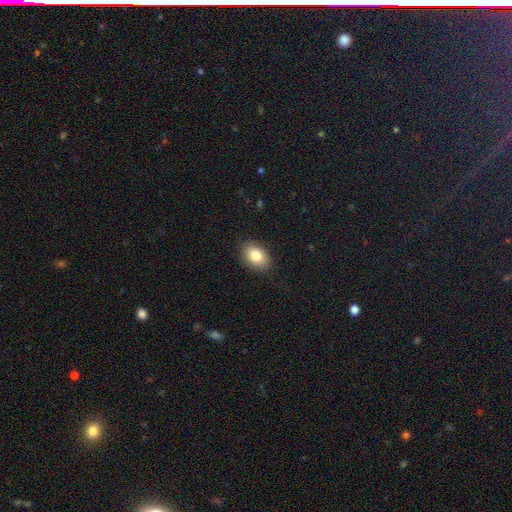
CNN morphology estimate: This appears to be a smooth galaxy with no disk features (83%) that is in between round and cigar-shaped (81%). Merging: none (87%).